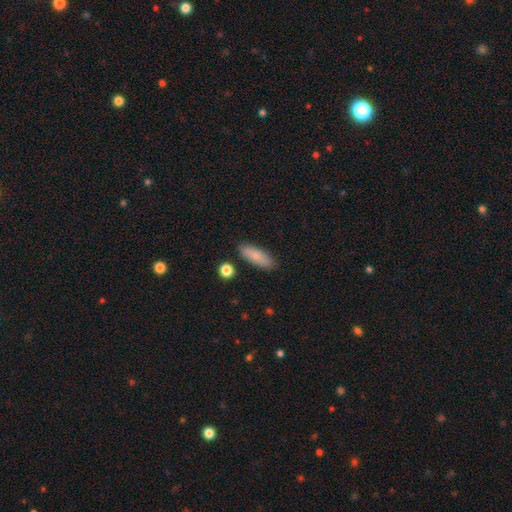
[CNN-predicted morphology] smooth_or_featured: smooth (p=0.79) [alt: featured or disk p=0.15]
how_rounded: in between (p=0.64) [alt: cigar-shaped p=0.33]
merging: none (p=0.84) [alt: minor disturbance p=0.11]